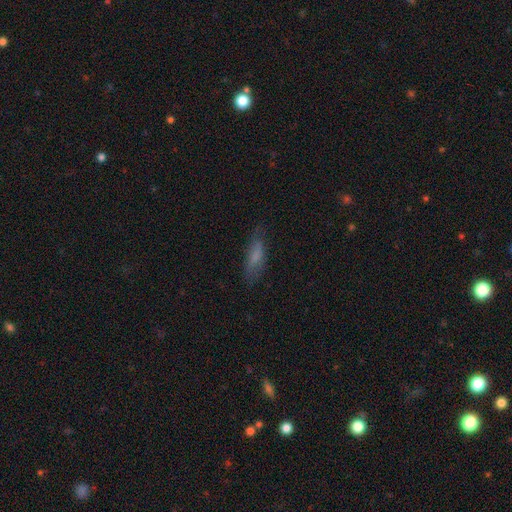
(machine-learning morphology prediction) smooth-or-featured: smooth: 70% | featured or disk: 21% | star or artifact: 9%
  how-rounded: cigar-shaped: 49% (tied) | in between: 49% (tied) | round: 2%
  merging: none: 68% | minor disturbance: 22% | major disturbance: 8% | merger: 2%